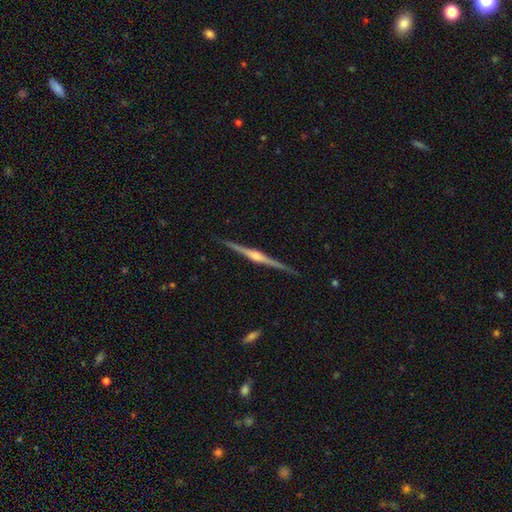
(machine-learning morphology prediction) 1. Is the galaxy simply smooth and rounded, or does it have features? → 87% featured or disk, 8% smooth, 5% star or artifact.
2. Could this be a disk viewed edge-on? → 99% yes, 1% no.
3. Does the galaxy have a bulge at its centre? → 86% rounded, 8% boxy, 6% none.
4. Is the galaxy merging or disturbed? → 91% none, 6% minor disturbance, 1% major disturbance, 1% merger.